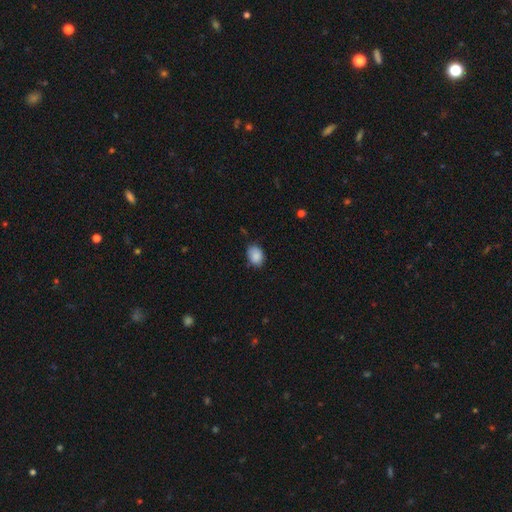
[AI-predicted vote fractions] Smooth or featured: smooth — 88% (star or artifact — 8%)
How rounded: in between — 67% (round — 32%)
Merging: none — 74% (minor disturbance — 21%)